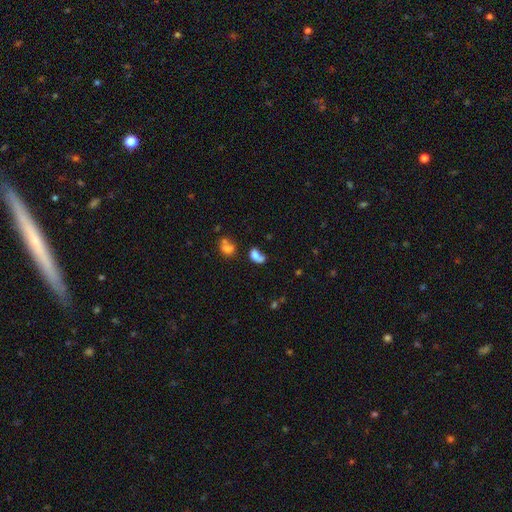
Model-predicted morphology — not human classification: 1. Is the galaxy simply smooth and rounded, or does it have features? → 73% smooth, 15% featured or disk, 13% star or artifact.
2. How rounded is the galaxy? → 74% in between, 22% round, 3% cigar-shaped.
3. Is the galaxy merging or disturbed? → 42% merger, 26% none, 16% major disturbance, 15% minor disturbance.